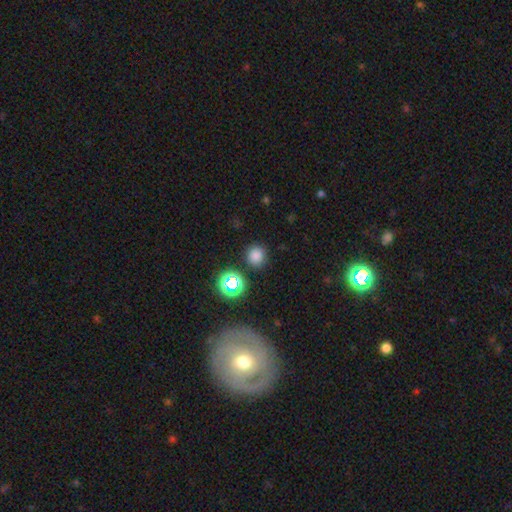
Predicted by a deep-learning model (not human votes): Overall: smooth (75%). How rounded: round (90%). Merging: none (85%).